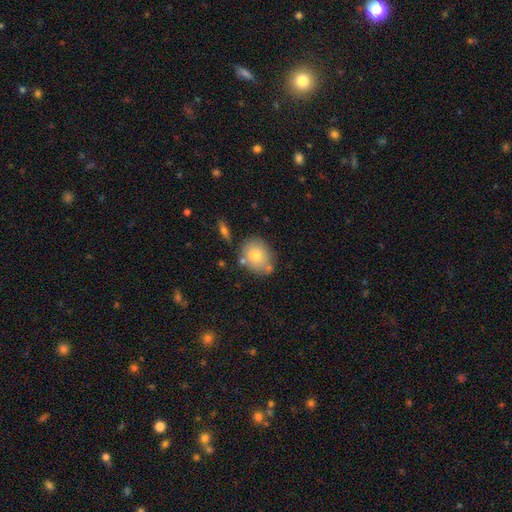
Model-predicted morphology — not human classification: Q: Smooth or featured?
A: smooth (73%); runner-up: featured or disk (19%)
Q: How rounded?
A: round (54%); runner-up: in between (45%)
Q: Merging?
A: none (63%); runner-up: minor disturbance (19%)